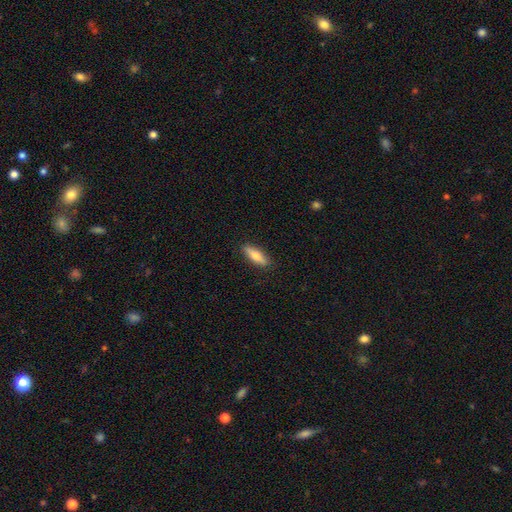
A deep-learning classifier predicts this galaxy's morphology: Q: Smooth or featured?
A: smooth (63%); runner-up: featured or disk (31%)
Q: How rounded?
A: cigar-shaped (59%); runner-up: in between (39%)
Q: Merging?
A: none (89%); runner-up: minor disturbance (9%)